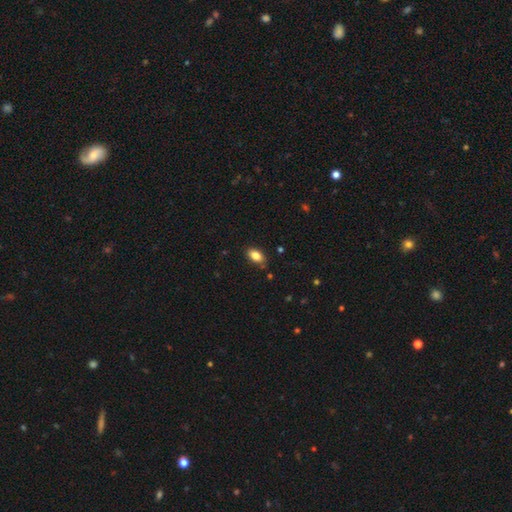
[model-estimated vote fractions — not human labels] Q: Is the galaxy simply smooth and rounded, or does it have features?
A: smooth — 83%.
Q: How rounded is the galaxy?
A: in between — 90%.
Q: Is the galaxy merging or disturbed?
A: none — 82%.